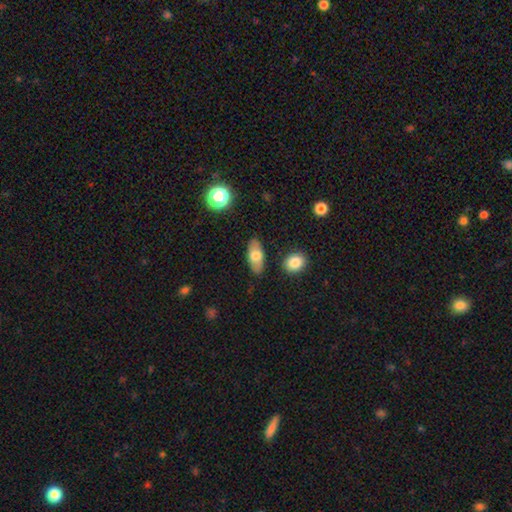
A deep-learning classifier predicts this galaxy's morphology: smooth-or-featured: smooth: 70% | featured or disk: 23% | star or artifact: 7%
  how-rounded: in between: 86% | cigar-shaped: 10% | round: 4%
  merging: none: 83% | minor disturbance: 12% | major disturbance: 3% | merger: 3%